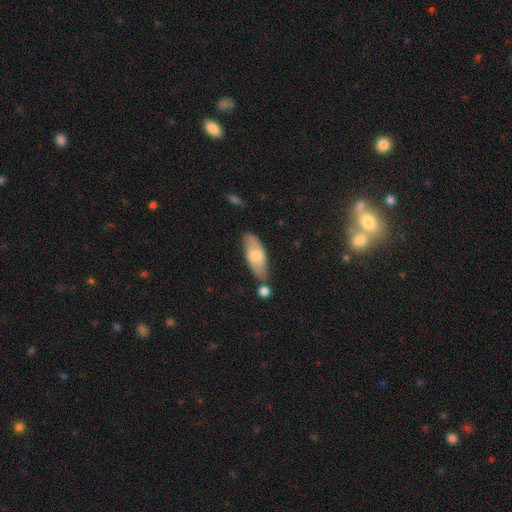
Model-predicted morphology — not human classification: This is possibly a smooth galaxy (55%). How rounded: likely in between (78%). Merging: likely none (67%).